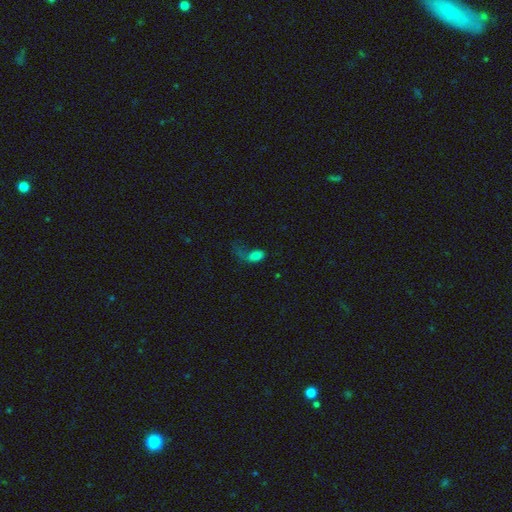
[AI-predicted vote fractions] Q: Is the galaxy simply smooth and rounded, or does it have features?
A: smooth — 70%.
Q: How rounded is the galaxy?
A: in between — 88%.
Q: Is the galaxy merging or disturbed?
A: major disturbance — 53%.